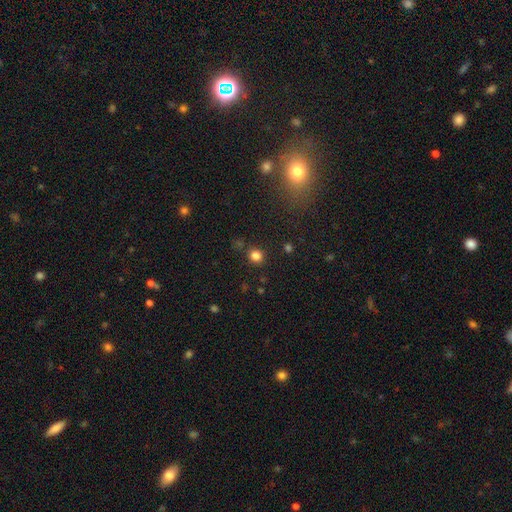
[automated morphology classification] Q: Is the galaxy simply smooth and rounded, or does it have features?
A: smooth — 81%.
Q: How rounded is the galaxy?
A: round — 88%.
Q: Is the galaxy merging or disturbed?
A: none — 86%.